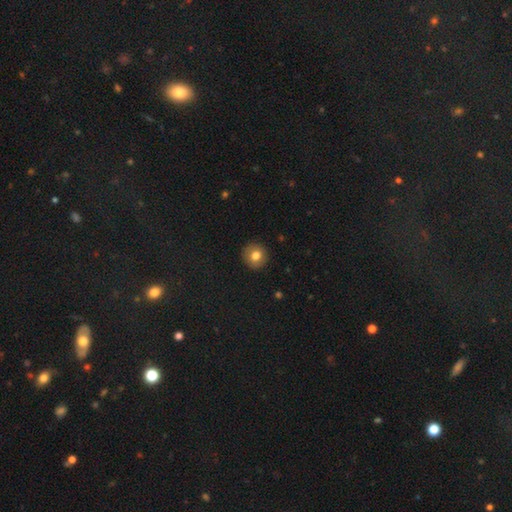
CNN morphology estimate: smooth 78%, featured or disk 12%, star or artifact 10%. Down the decision tree: how rounded — round (93%); merging — none (91%).